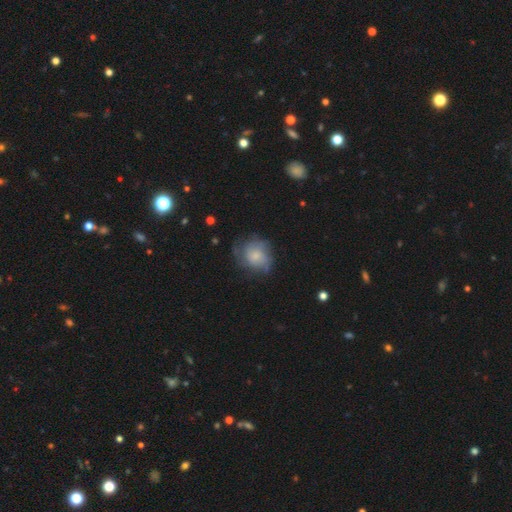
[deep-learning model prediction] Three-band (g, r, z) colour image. It shows a smooth galaxy with no disk features (54%) that is round (69%). Merging: none (58%).